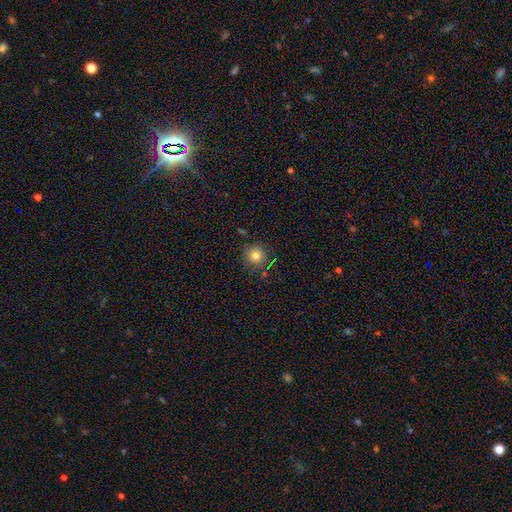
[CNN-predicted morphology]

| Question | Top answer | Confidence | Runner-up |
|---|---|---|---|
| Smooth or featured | smooth | 78% | star or artifact (14%) |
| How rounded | round | 91% | in between (8%) |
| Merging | none | 83% | minor disturbance (10%) |